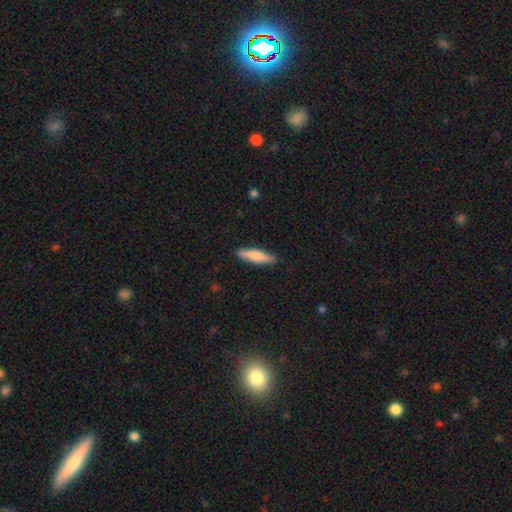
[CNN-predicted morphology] This appears to be a smooth galaxy with no disk features (77%) that is cigar-shaped (78%). Merging: none (88%).